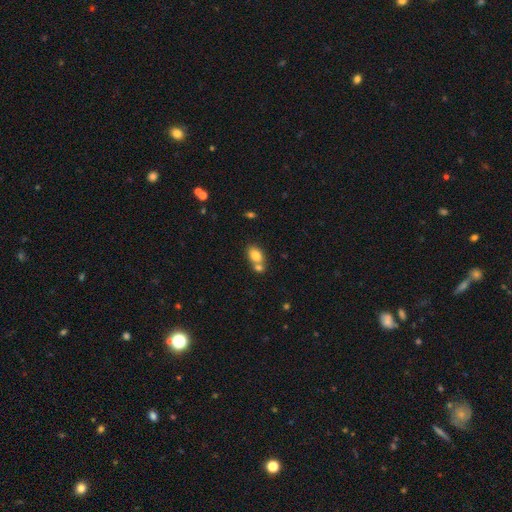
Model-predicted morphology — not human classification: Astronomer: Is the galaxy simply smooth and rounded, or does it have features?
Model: smooth — 79%.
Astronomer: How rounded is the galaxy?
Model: in between — 77%.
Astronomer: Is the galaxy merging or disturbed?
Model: merger — 45% (runner-up: none, 42%).